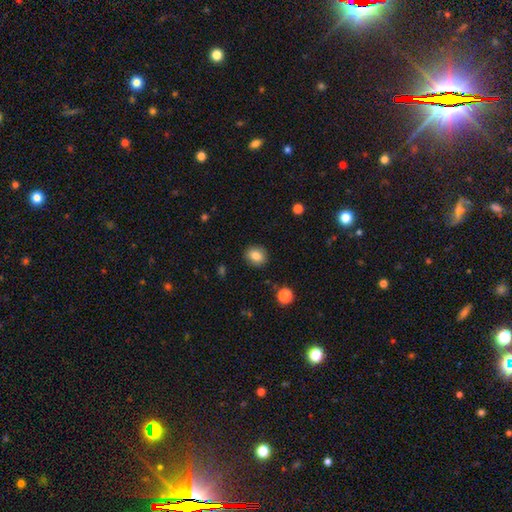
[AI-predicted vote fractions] Smooth or featured: smooth — 84% (star or artifact — 9%)
How rounded: round — 63% (in between — 36%)
Merging: none — 88% (minor disturbance — 9%)